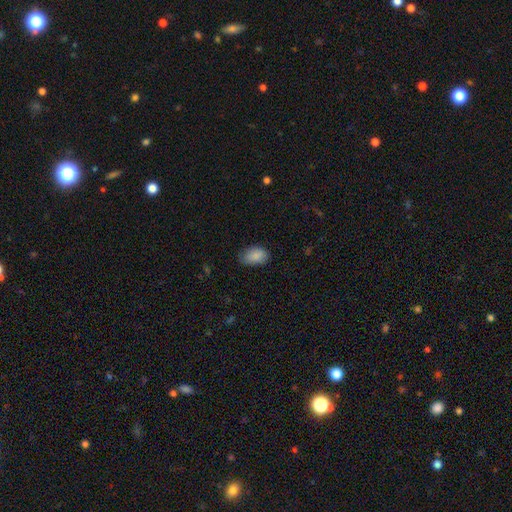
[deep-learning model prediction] smooth 87%, star or artifact 7%, featured or disk 5%. Down the decision tree: how rounded — in between (91%); merging — none (70%).